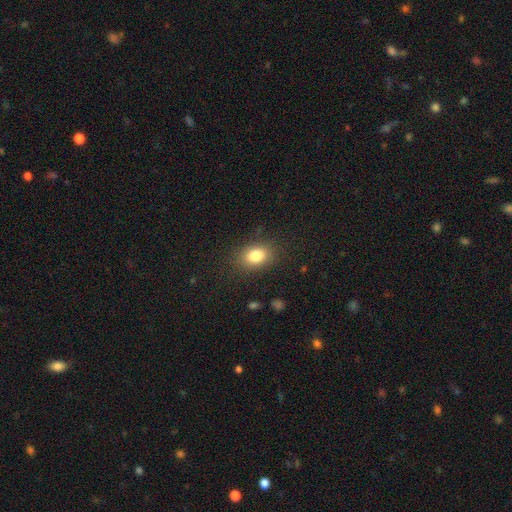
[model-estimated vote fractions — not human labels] Q: Smooth or featured?
A: smooth (82%); runner-up: star or artifact (10%)
Q: How rounded?
A: in between (71%); runner-up: round (27%)
Q: Merging?
A: none (84%); runner-up: minor disturbance (11%)